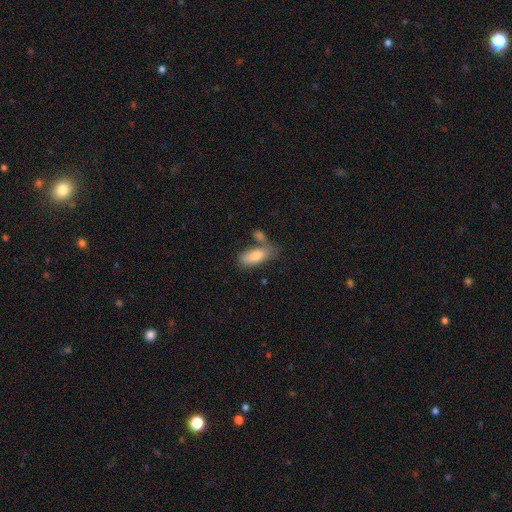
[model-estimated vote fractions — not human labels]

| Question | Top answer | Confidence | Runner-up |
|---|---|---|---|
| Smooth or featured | smooth | 80% | featured or disk (14%) |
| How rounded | in between | 82% | cigar-shaped (15%) |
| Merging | none | 53% | merger (23%) |